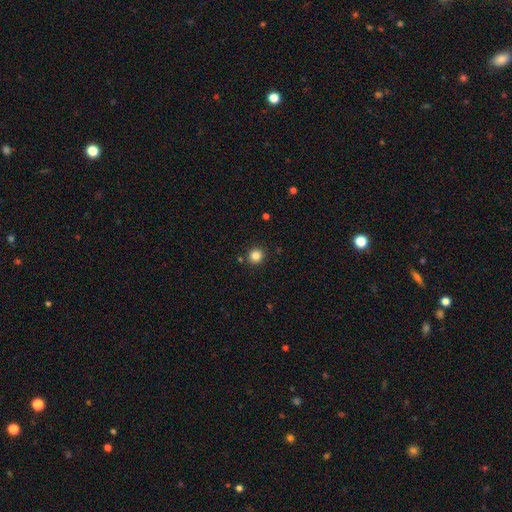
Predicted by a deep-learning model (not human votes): Q: Smooth or featured?
A: smooth (83%); runner-up: star or artifact (12%)
Q: How rounded?
A: round (93%); runner-up: in between (6%)
Q: Merging?
A: none (88%); runner-up: minor disturbance (6%)